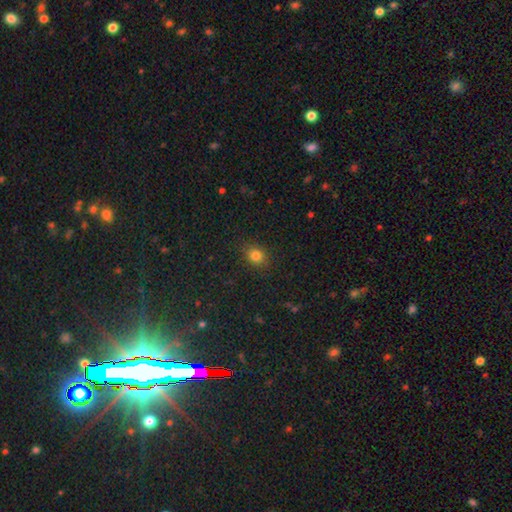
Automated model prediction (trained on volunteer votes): smooth_or_featured: smooth (p=0.81) [alt: star or artifact p=0.14]
how_rounded: round (p=0.64) [alt: in between p=0.34]
merging: none (p=0.87) [alt: minor disturbance p=0.09]